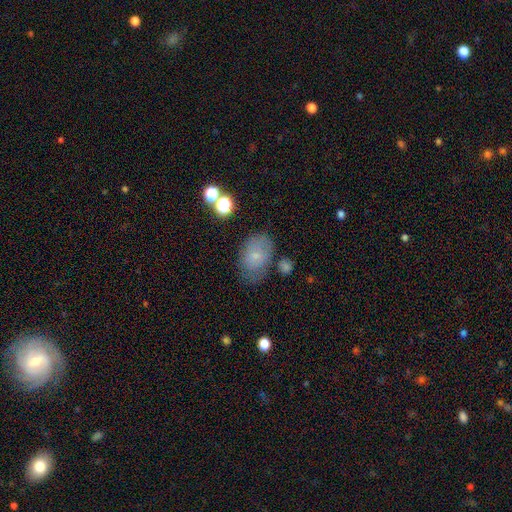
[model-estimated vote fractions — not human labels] Smooth or featured: smooth — 66% (featured or disk — 23%)
How rounded: in between — 82% (round — 17%)
Merging: none — 60% (minor disturbance — 24%)